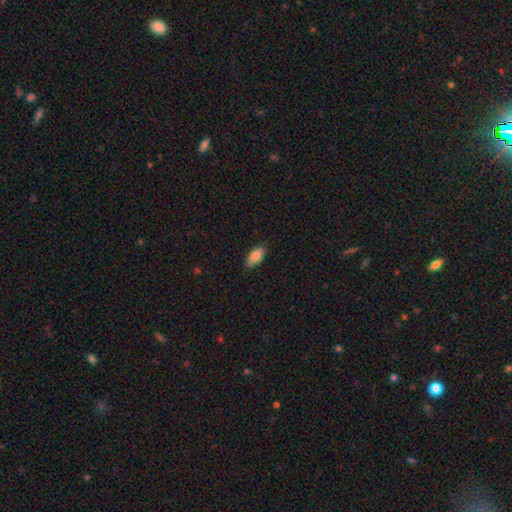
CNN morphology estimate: Overall: smooth (84%). How rounded: in between (91%). Merging: none (76%).